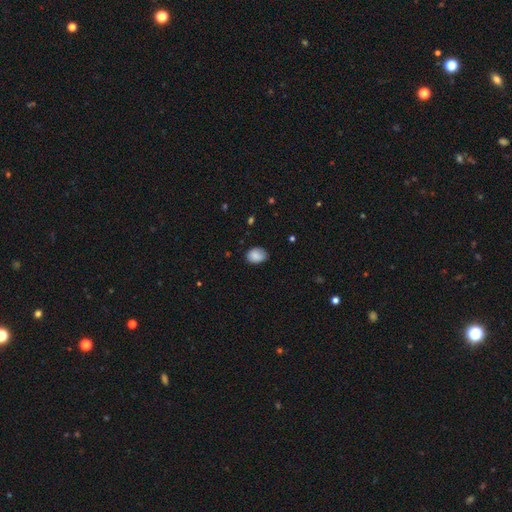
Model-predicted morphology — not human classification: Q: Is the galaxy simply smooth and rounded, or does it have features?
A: smooth — 86%.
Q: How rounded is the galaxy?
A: in between — 69%.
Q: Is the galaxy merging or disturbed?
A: none — 70%.